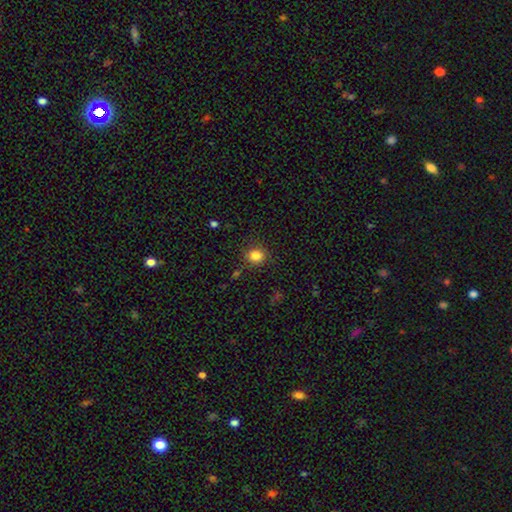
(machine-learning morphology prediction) smooth_or_featured: smooth (p=0.84) [alt: star or artifact p=0.12]
how_rounded: round (p=0.83) [alt: in between p=0.16]
merging: none (p=0.85) [alt: minor disturbance p=0.10]